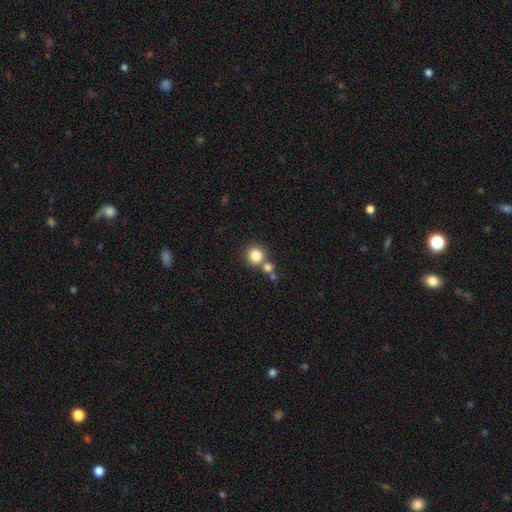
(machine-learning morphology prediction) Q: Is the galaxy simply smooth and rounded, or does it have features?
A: smooth — 83%.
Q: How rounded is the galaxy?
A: round — 91%.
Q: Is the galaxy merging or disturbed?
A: none — 63%.